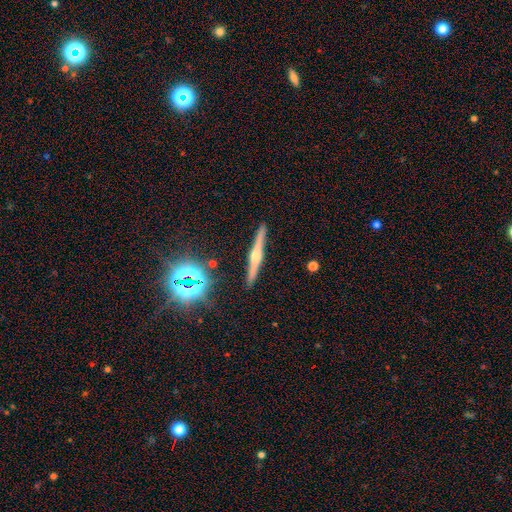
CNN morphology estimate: Q: Smooth or featured?
A: featured or disk (72%); runner-up: smooth (16%)
Q: Edge-on disk?
A: yes (98%); runner-up: no (2%)
Q: Edge-on bulge?
A: rounded (89%); runner-up: boxy (6%)
Q: Merging?
A: none (92%); runner-up: minor disturbance (6%)